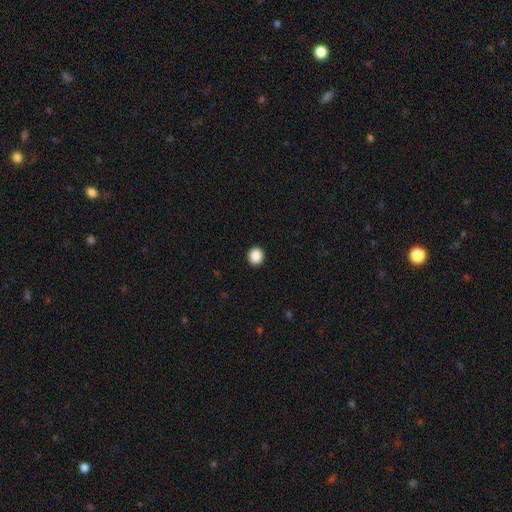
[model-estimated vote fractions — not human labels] A smooth galaxy with no disk features (89%) that is round (80%).

Vote fractions:
- Smooth or featured? smooth: 89% / star or artifact: 9% / featured or disk: 2%
- How rounded? round: 80% / in between: 20% / cigar-shaped: 1%
- Merging? none: 93% / minor disturbance: 5% / major disturbance: 2% / merger: 1%